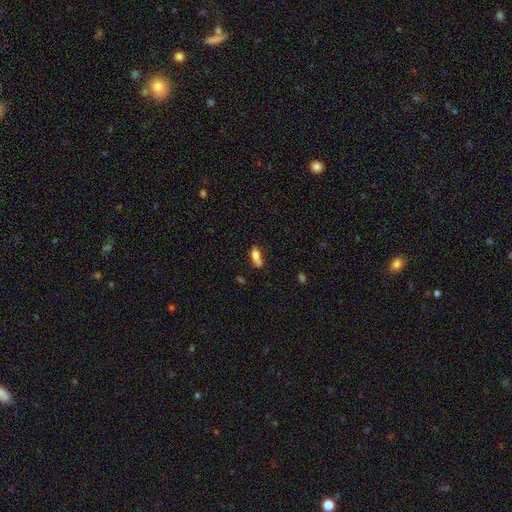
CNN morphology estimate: Smooth or featured? smooth (73%)
How rounded? in between (66%)
Merging? none (49%)